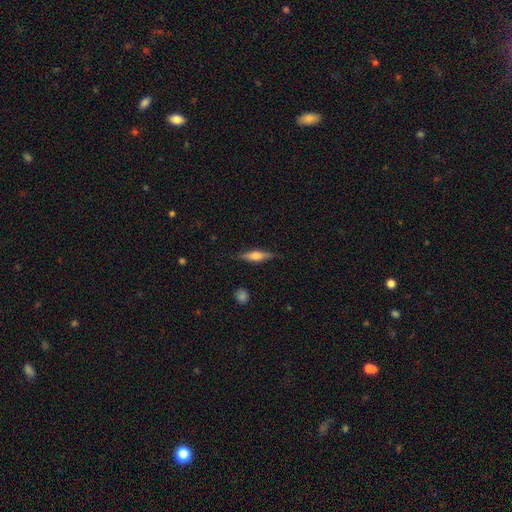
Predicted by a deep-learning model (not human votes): Smooth or featured?
  - featured or disk: 52% *
  - smooth: 41%
  - star or artifact: 7%
Edge-on disk?
  - yes: 95% *
  - no: 5%
Merging?
  - none: 85% *
  - minor disturbance: 11%
  - major disturbance: 3%
  - merger: 1%